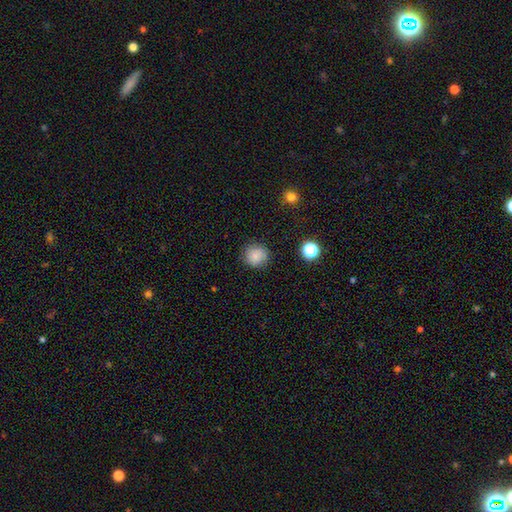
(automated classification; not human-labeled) Smooth or featured?
  - smooth: 83% *
  - star or artifact: 11%
  - featured or disk: 6%
How rounded?
  - round: 90% *
  - in between: 9%
  - cigar-shaped: 1%
Merging?
  - none: 85% *
  - minor disturbance: 10%
  - major disturbance: 3%
  - merger: 1%